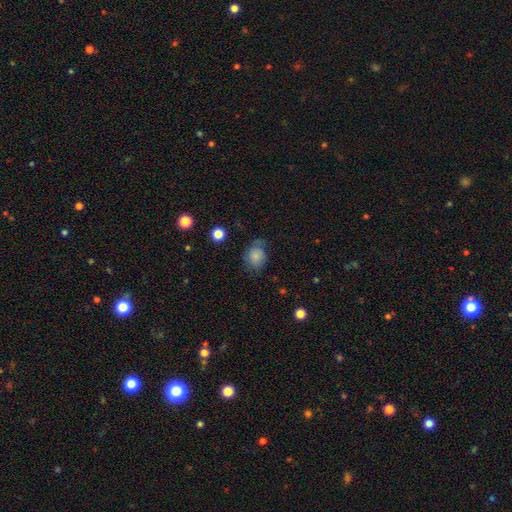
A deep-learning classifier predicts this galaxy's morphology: smooth-or-featured: smooth: 80% | featured or disk: 10% | star or artifact: 10%
  how-rounded: round: 55% | in between: 44% | cigar-shaped: 1%
  merging: none: 60% | minor disturbance: 27% | major disturbance: 10% | merger: 3%